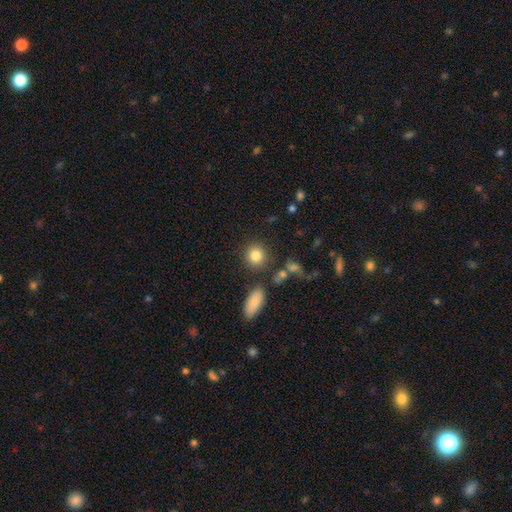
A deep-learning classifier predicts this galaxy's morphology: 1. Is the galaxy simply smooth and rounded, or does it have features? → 83% smooth, 10% star or artifact, 7% featured or disk.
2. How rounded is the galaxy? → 85% round, 14% in between, 1% cigar-shaped.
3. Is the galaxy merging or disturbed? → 82% none, 9% minor disturbance, 6% merger, 4% major disturbance.